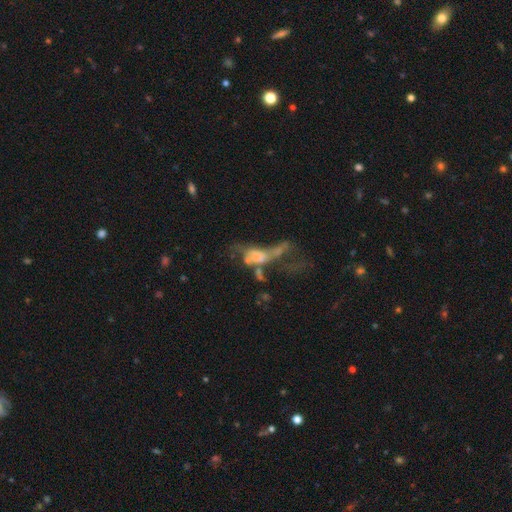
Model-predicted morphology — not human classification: A featured or disk galaxy (53%).

Vote fractions:
- Smooth or featured? featured or disk: 53% / smooth: 33% / star or artifact: 15%
- Edge-on disk? no: 91% / yes: 9%
- Merging? merger: 41% / major disturbance: 38% / none: 13% / minor disturbance: 8%